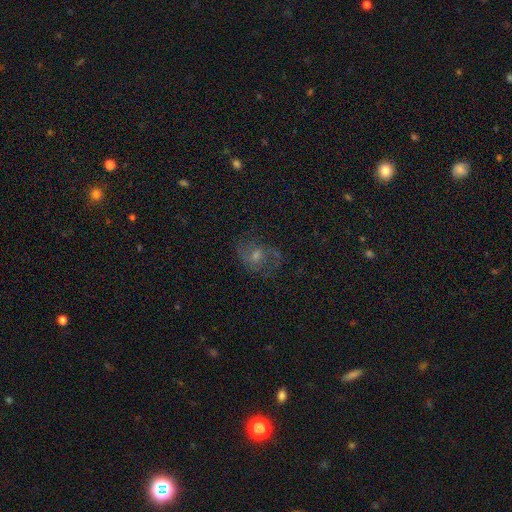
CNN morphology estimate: Smooth or featured? Predicted: featured or disk (p=0.55). Edge-on disk? Predicted: no (p=0.97). Bar? Predicted: no (p=0.53). Spiral arms? Predicted: yes (p=0.79). Bulge size? Predicted: moderate (p=0.47). Merging? Predicted: none (p=0.58).